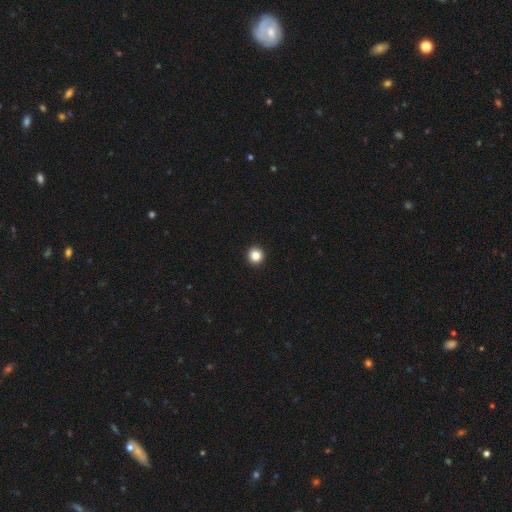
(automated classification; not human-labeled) Smooth or featured? Predicted: smooth (p=0.85). How rounded? Predicted: round (p=0.96). Merging? Predicted: none (p=0.94).